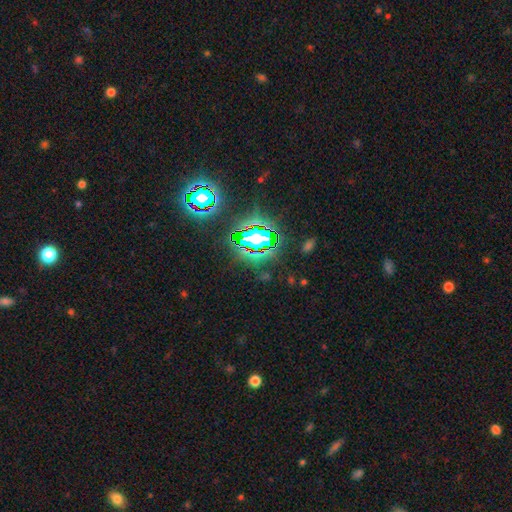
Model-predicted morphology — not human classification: Smooth or featured? Predicted: star or artifact (p=0.82).